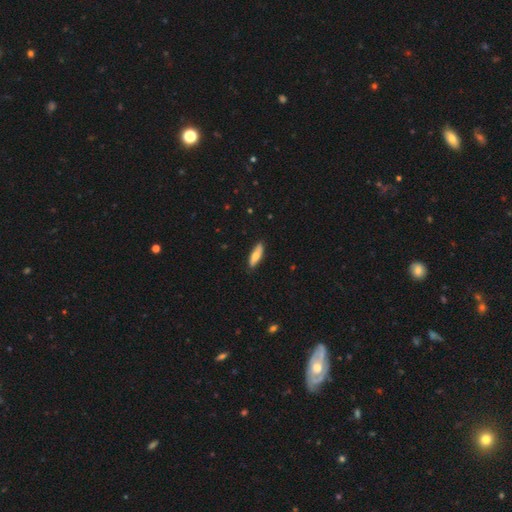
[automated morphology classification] smooth_or_featured: smooth (p=0.69) [alt: featured or disk p=0.26]
how_rounded: cigar-shaped (p=0.55) [alt: in between p=0.43]
merging: none (p=0.88) [alt: minor disturbance p=0.10]